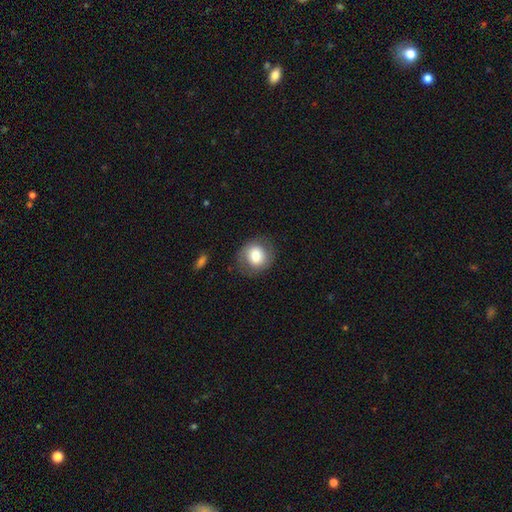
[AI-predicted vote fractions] Overall: smooth (73%). How rounded: round (75%). Merging: none (79%).